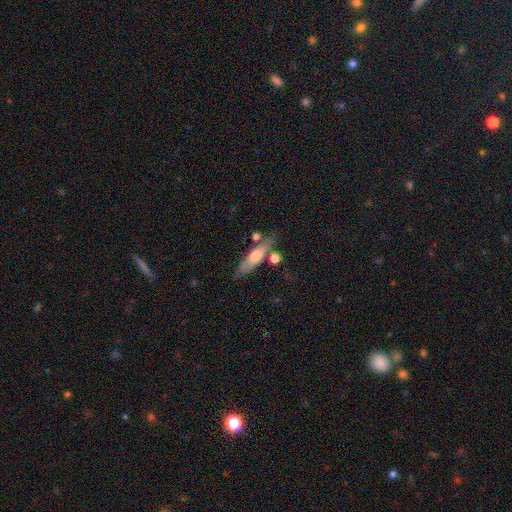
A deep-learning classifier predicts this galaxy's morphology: Q: Smooth or featured?
A: smooth (59%); runner-up: featured or disk (34%)
Q: How rounded?
A: cigar-shaped (60%); runner-up: in between (37%)
Q: Merging?
A: none (67%); runner-up: minor disturbance (17%)